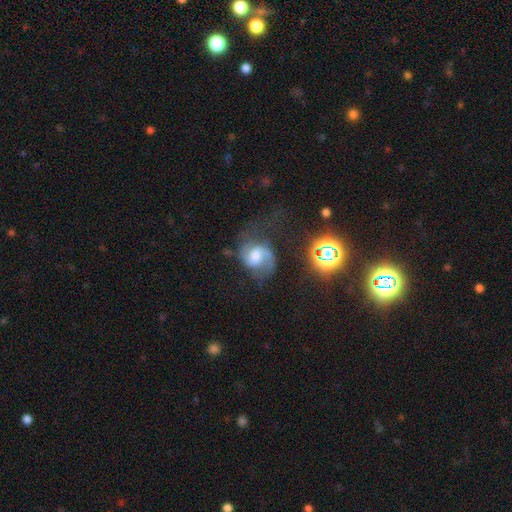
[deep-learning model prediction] Smooth or featured? featured or disk (67%)
Edge-on disk? no (97%)
Bar? weak (47%)
Spiral arms? yes (91%)
Spiral winding? medium (46%)
Spiral arm count? 2 (76%)
Bulge size? moderate (51%)
Merging? none (42%)